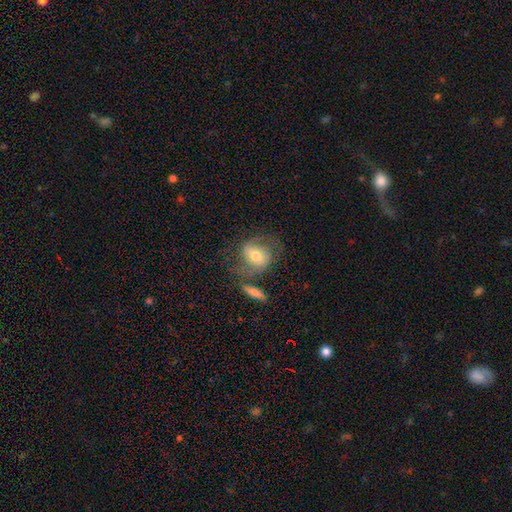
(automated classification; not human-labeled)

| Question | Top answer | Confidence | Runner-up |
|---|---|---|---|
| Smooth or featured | featured or disk | 47% | smooth (46%) |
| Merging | none | 51% | minor disturbance (20%) |